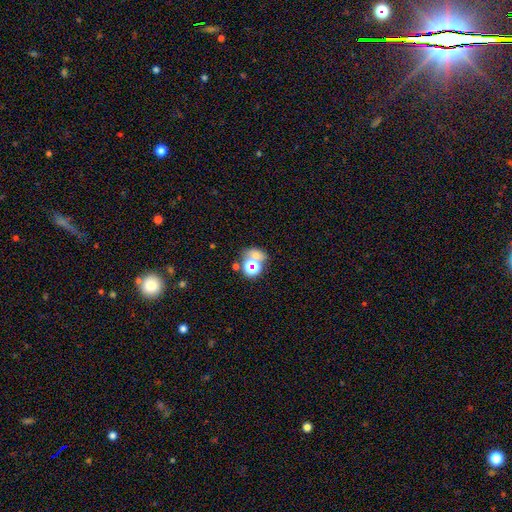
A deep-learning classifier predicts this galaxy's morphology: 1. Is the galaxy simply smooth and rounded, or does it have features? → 46% smooth, 40% star or artifact, 14% featured or disk.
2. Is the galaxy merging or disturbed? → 50% none, 31% merger, 10% minor disturbance, 8% major disturbance.